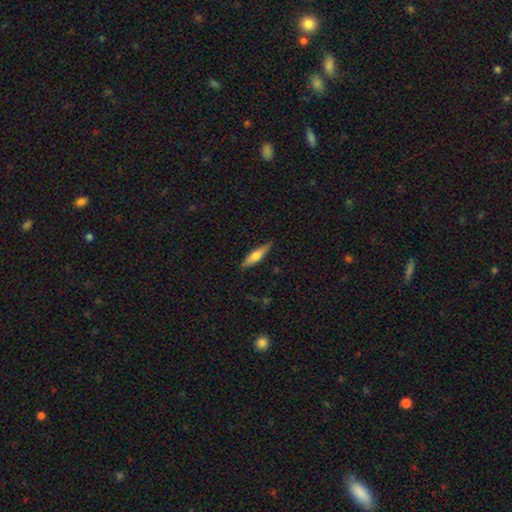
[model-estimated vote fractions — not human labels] A smooth galaxy with no disk features (60%) that is cigar-shaped (74%).

Vote fractions:
- Smooth or featured? smooth: 60% / featured or disk: 34% / star or artifact: 6%
- How rounded? cigar-shaped: 74% / in between: 24% / round: 2%
- Merging? none: 82% / minor disturbance: 14% / major disturbance: 2% / merger: 1%